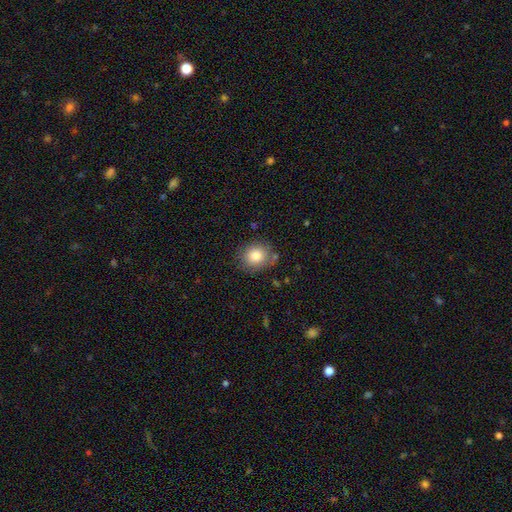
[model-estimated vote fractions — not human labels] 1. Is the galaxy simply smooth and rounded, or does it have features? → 82% smooth, 10% star or artifact, 9% featured or disk.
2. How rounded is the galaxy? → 73% round, 26% in between, 1% cigar-shaped.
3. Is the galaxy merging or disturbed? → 77% none, 15% minor disturbance, 4% merger, 4% major disturbance.